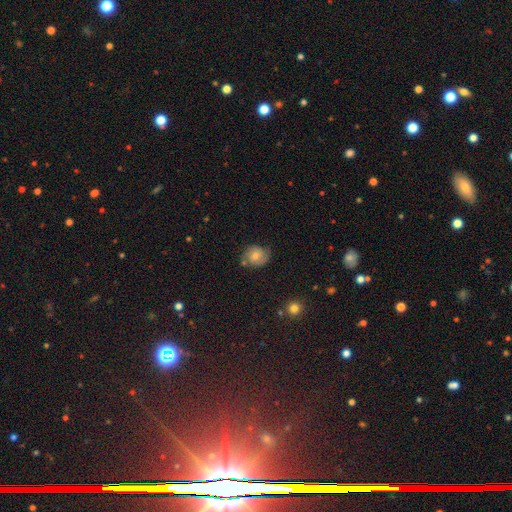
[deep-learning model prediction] Q: Smooth or featured?
A: smooth (54%); runner-up: featured or disk (37%)
Q: How rounded?
A: round (70%); runner-up: in between (29%)
Q: Merging?
A: none (65%); runner-up: minor disturbance (24%)